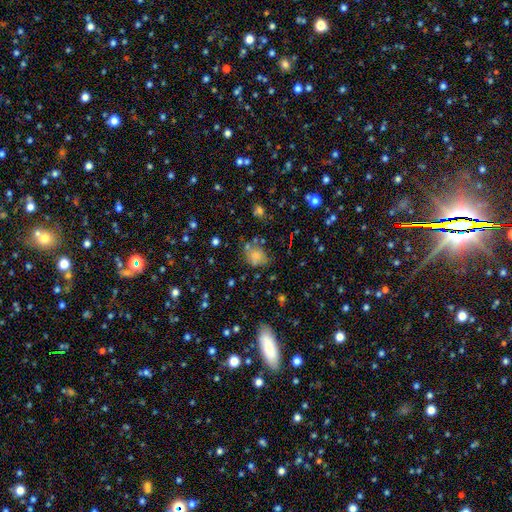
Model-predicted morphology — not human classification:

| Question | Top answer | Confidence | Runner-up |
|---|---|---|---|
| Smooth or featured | smooth | 67% | featured or disk (17%) |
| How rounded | in between | 51% | round (48%) |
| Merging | none | 53% | minor disturbance (25%) |